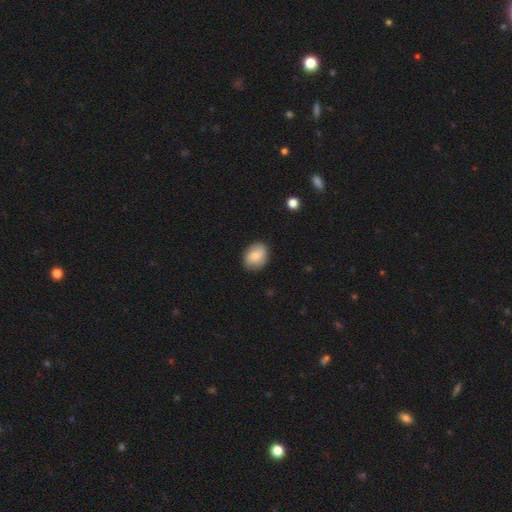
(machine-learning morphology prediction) A smooth galaxy with no disk features (78%) that is in between round and cigar-shaped (59%).

Vote fractions:
- Smooth or featured? smooth: 78% / featured or disk: 15% / star or artifact: 7%
- How rounded? in between: 59% / round: 40% / cigar-shaped: 1%
- Merging? none: 84% / minor disturbance: 12% / major disturbance: 3% / merger: 1%